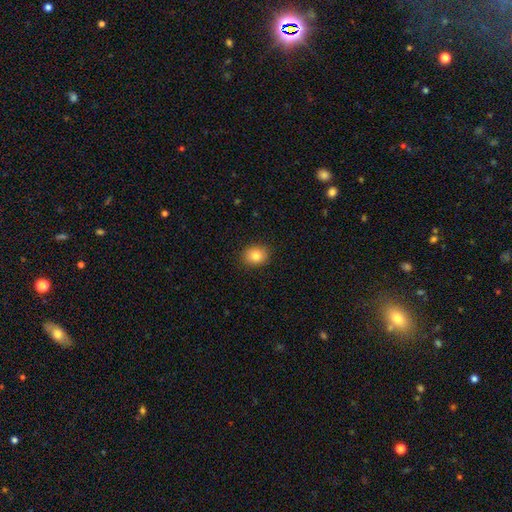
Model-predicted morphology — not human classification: Smooth or featured? Predicted: smooth (p=0.83). How rounded? Predicted: round (p=0.60). Merging? Predicted: none (p=0.89).